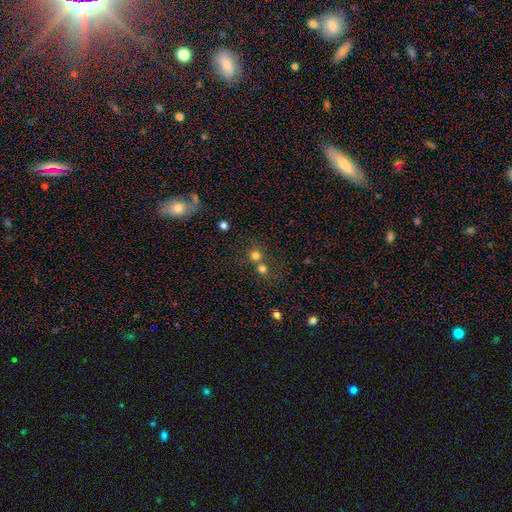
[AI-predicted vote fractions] Morphology: type=smooth (73%); roundness=round (89%); merging=none (49%).